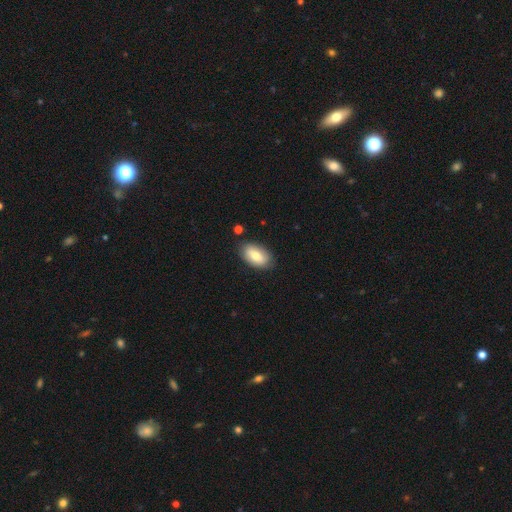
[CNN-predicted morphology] A smooth galaxy with no disk features (73%) that is in between round and cigar-shaped (93%). Merging: none (82%).